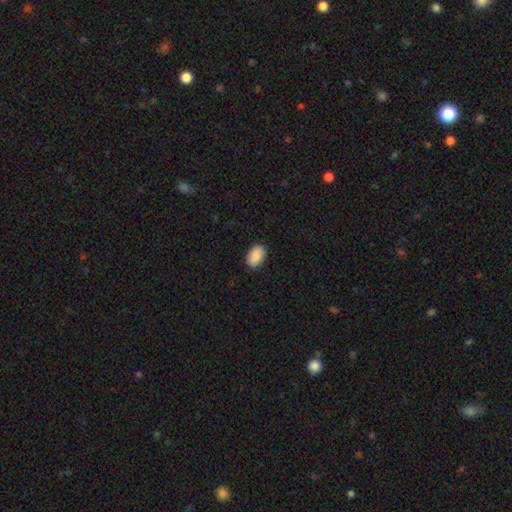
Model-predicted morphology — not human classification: Smooth or featured? smooth (90%)
How rounded? in between (88%)
Merging? none (88%)